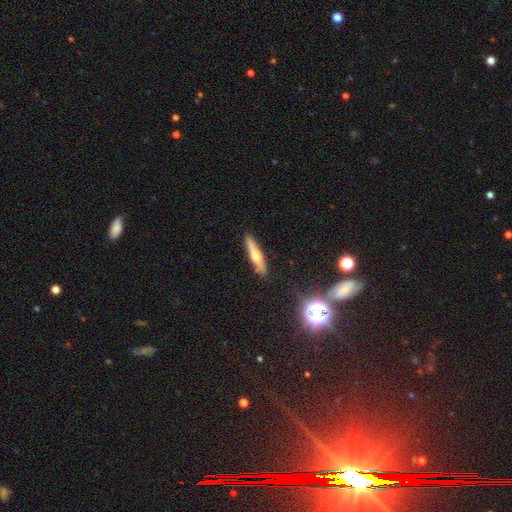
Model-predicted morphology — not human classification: Q: Smooth or featured?
A: featured or disk (49%); runner-up: smooth (44%)
Q: Merging?
A: none (88%); runner-up: minor disturbance (9%)